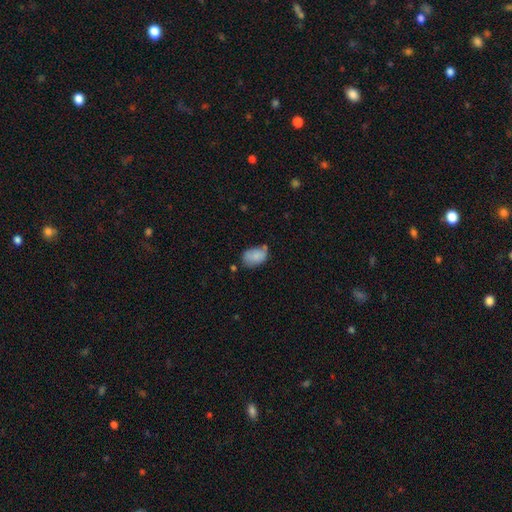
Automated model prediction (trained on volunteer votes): smooth_or_featured: smooth (p=0.83) [alt: featured or disk p=0.09]
how_rounded: in between (p=0.86) [alt: round p=0.12]
merging: none (p=0.54) [alt: minor disturbance p=0.32]